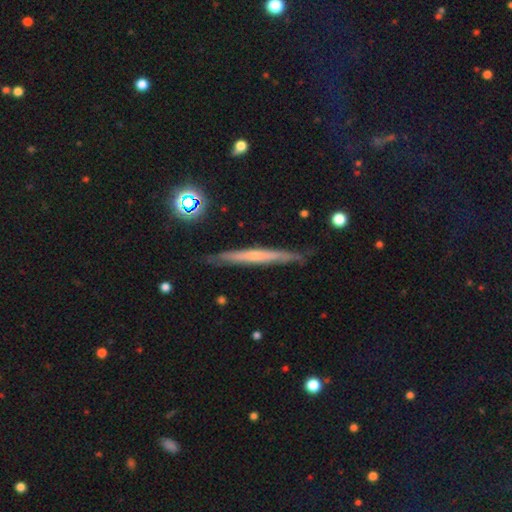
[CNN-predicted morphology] This is possibly a featured or disk galaxy (56%). It is clearly viewed edge-on (95%). Edge-on bulge: likely none (62%). Merging: clearly none (84%).